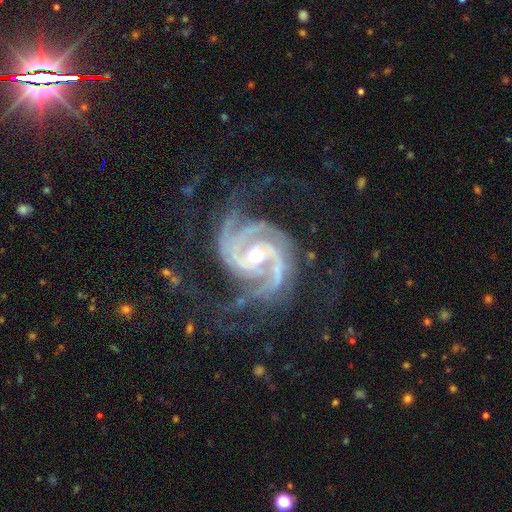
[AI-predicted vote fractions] Smooth or featured?
  - featured or disk: 94% *
  - star or artifact: 4%
  - smooth: 2%
Edge-on disk?
  - no: 98% *
  - yes: 2%
Bar?
  - no: 41% *
  - weak: 35%
  - strong: 24%
Spiral arms?
  - yes: 99% *
  - no: 1%
Spiral winding?
  - tight: 47% *
  - medium: 46%
  - loose: 7%
Spiral arm count?
  - 3: 36% *
  - 2: 34%
  - 4: 11%
  - can't tell: 8%
  - more than 4: 6%
  - 1: 6%
Bulge size?
  - moderate: 63% *
  - small: 31%
  - large: 4%
  - none: 1%
  - dominant: 1%
Merging?
  - none: 65% *
  - minor disturbance: 19%
  - major disturbance: 15%
  - merger: 2%